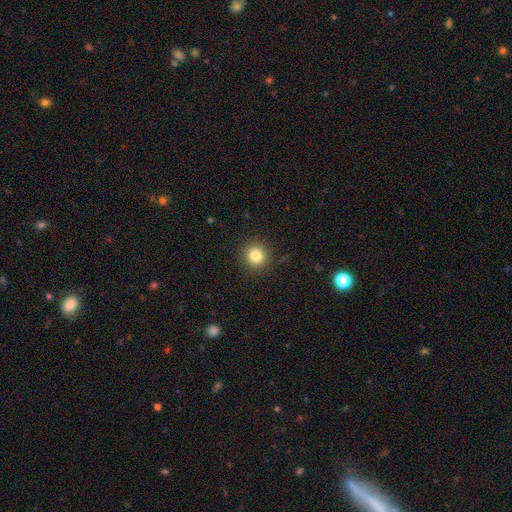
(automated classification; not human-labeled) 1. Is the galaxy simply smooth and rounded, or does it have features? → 82% smooth, 12% star or artifact, 6% featured or disk.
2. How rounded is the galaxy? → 94% round, 5% in between, 1% cigar-shaped.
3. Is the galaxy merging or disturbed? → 91% none, 6% minor disturbance, 2% major disturbance, 1% merger.